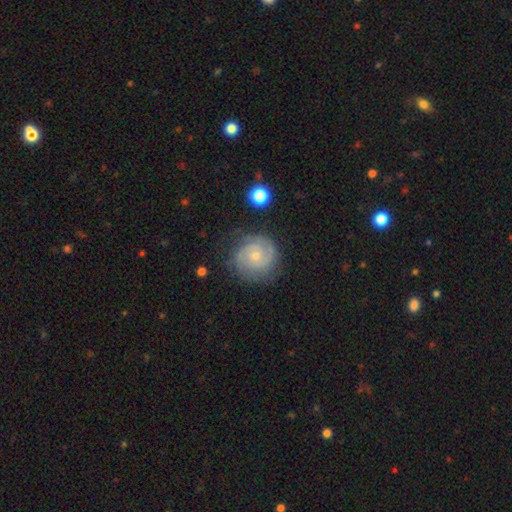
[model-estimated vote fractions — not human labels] This is likely a featured or disk galaxy (75%). It is clearly not viewed edge-on (98%). Bar: likely no (69%). Spiral arm pattern: clearly yes (94%). Spiral arm count: likely 2 (63%). Spiral winding: likely tight (61%). Central bulge: possibly small (57%). Merging: likely none (76%).